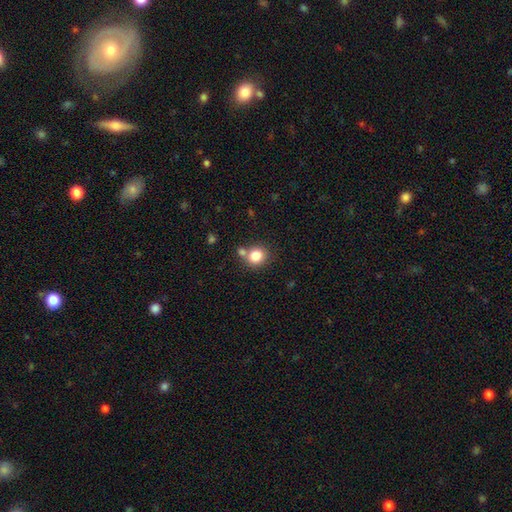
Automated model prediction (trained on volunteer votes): Smooth or featured? Predicted: smooth (p=0.81). How rounded? Predicted: round (p=0.82). Merging? Predicted: none (p=0.63).